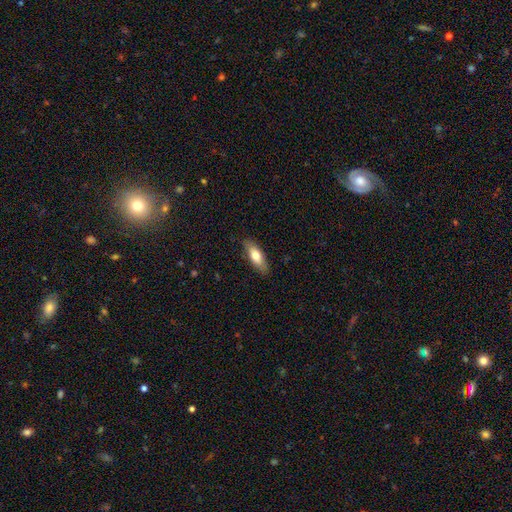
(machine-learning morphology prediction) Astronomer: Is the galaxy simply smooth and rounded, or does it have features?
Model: smooth — 71%.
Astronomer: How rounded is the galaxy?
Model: in between — 67%.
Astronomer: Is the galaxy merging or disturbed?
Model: none — 85%.